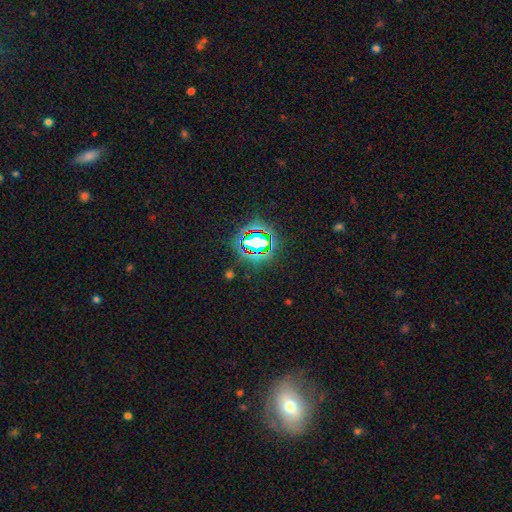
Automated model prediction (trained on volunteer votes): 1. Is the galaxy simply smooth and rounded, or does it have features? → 76% star or artifact, 16% smooth, 8% featured or disk.